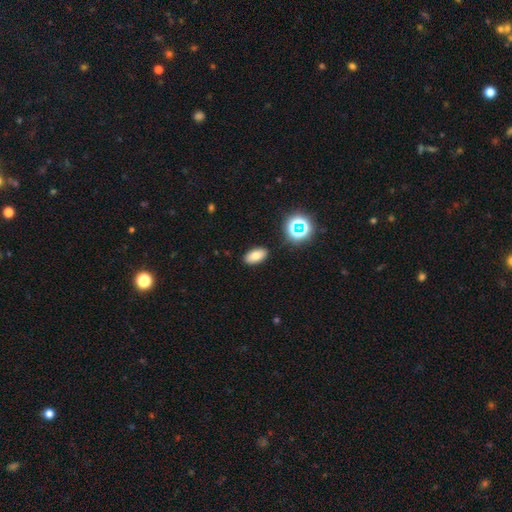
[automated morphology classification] The model was most divided on "smooth or featured": smooth: 75%, star or artifact: 14%, featured or disk: 11%. More confident: how rounded — in between (91%); merging — none (88%).